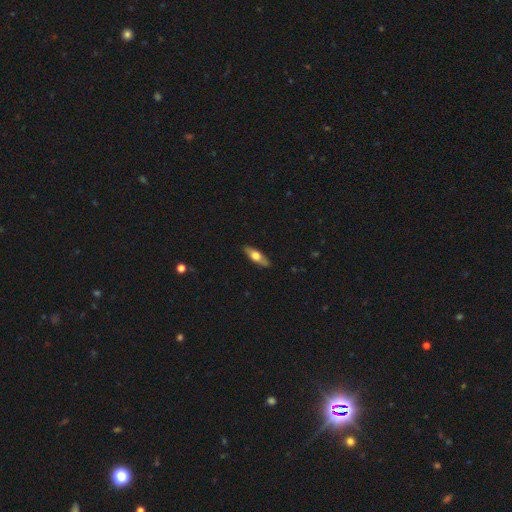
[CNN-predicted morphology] Smooth or featured?
  - smooth: 56% *
  - featured or disk: 39%
  - star or artifact: 5%
How rounded?
  - in between: 52% *
  - cigar-shaped: 45%
  - round: 3%
Merging?
  - none: 88% *
  - minor disturbance: 9%
  - major disturbance: 2%
  - merger: 1%